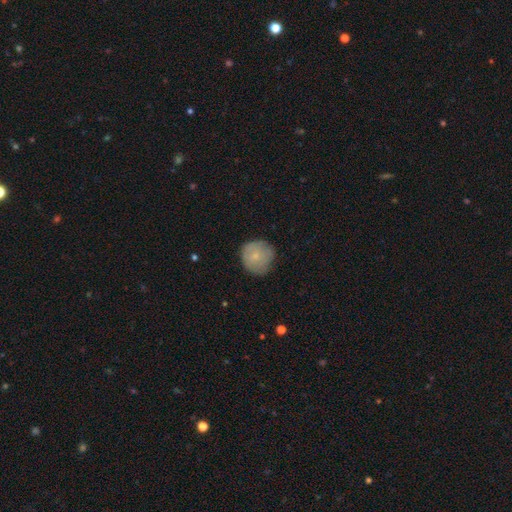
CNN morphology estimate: type=smooth (71%); roundness=round (92%); merging=none (72%).